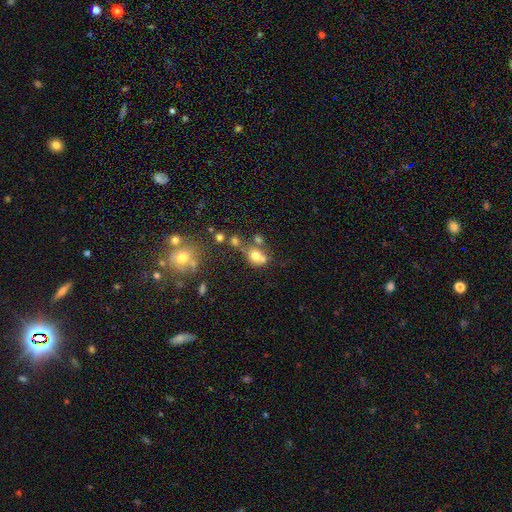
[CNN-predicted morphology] type=smooth (69%); roundness=round (61%); merging=none (43%).